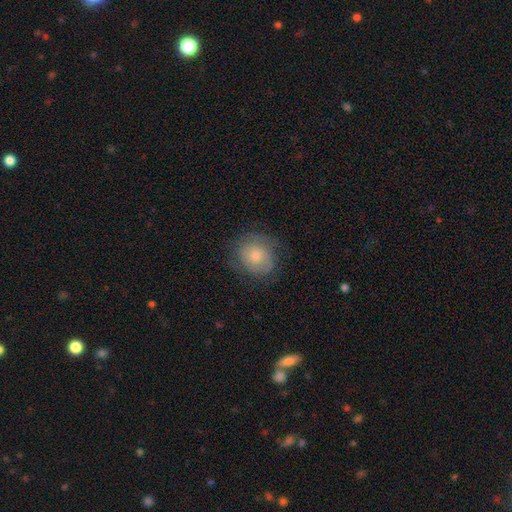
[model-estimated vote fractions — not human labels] Overall: smooth (65%; featured or disk 27%). How rounded: round (77%). Merging: none (70%).